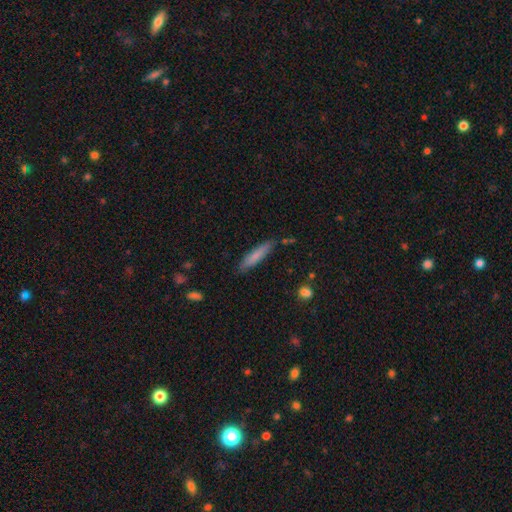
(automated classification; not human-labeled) A smooth galaxy with no disk features (75%) that is cigar-shaped (88%). Merging: none (83%).